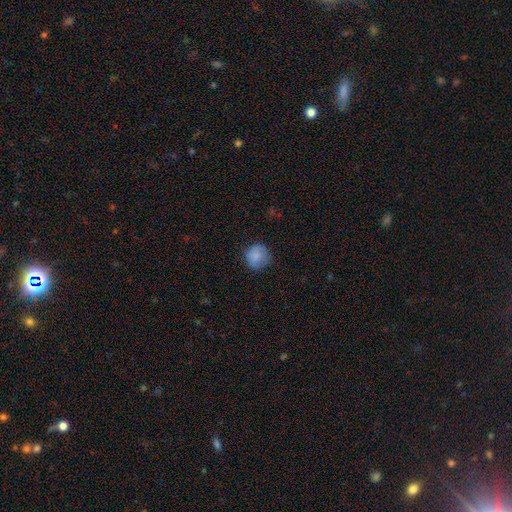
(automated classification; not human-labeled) Smooth or featured? smooth (84%)
How rounded? round (88%)
Merging? none (76%)